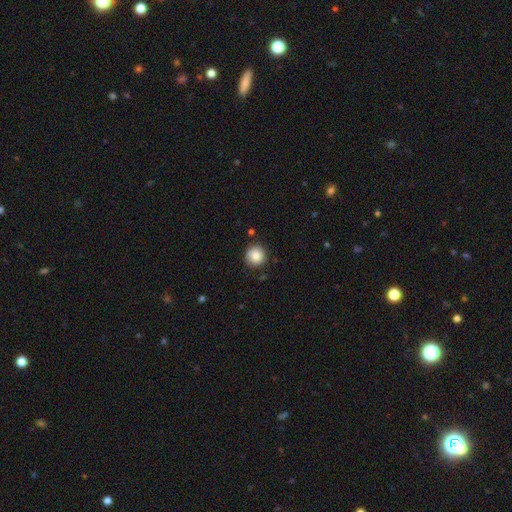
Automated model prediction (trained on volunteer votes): This is clearly a smooth galaxy (86%). How rounded: clearly round (94%). Merging: clearly none (87%).